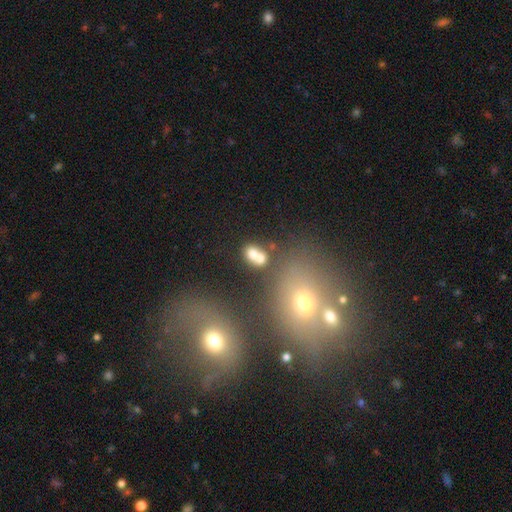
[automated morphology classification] The model was most divided on "how rounded": in between: 55%, round: 43%, cigar-shaped: 2%. More confident: smooth or featured — smooth (69%); merging — merger (52%).